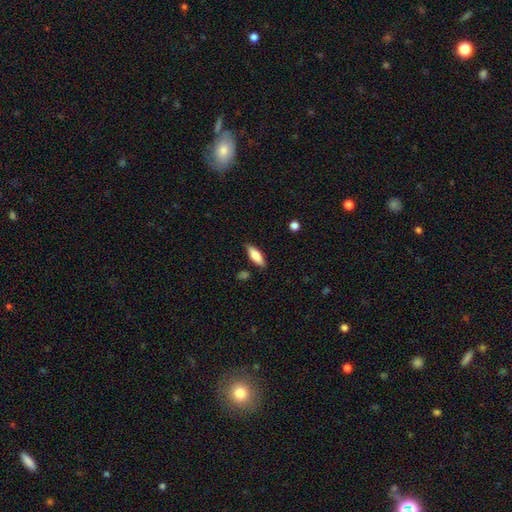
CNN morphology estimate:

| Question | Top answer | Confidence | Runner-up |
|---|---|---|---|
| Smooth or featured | smooth | 76% | featured or disk (17%) |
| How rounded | in between | 63% | cigar-shaped (35%) |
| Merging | none | 82% | minor disturbance (13%) |